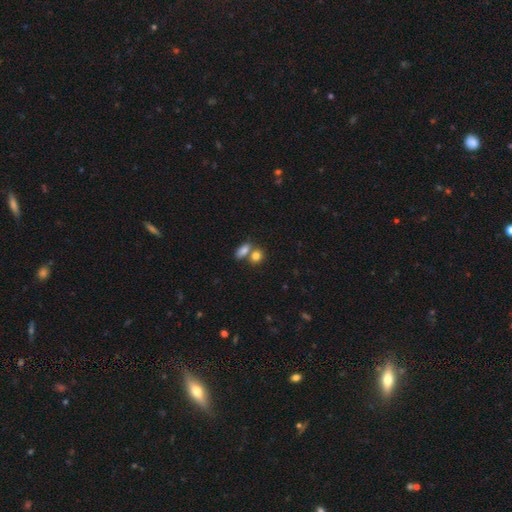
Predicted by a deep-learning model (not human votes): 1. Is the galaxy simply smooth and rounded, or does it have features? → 82% smooth, 10% star or artifact, 8% featured or disk.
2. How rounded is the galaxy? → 60% in between, 37% round, 3% cigar-shaped.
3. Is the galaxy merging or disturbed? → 45% merger, 42% none, 9% minor disturbance, 3% major disturbance.